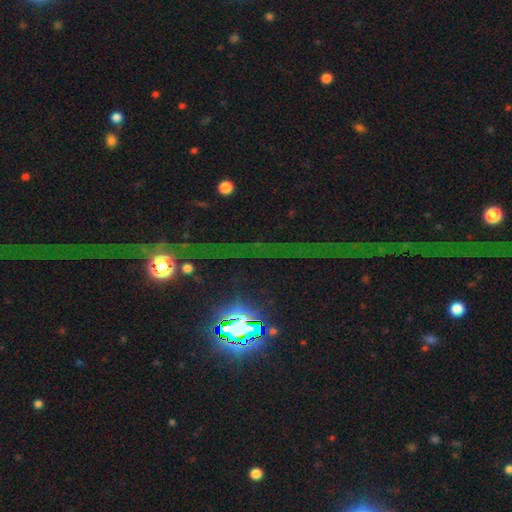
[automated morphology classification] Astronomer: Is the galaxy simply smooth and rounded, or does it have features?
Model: star or artifact — 81%.